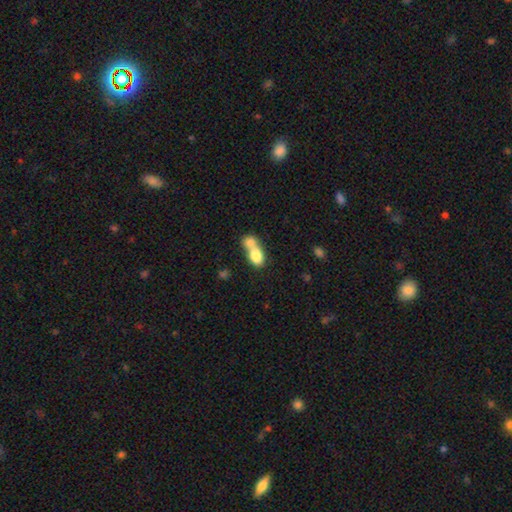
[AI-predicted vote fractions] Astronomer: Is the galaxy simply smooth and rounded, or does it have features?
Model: smooth — 77%.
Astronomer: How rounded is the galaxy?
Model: in between — 73%.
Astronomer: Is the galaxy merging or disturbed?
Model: merger — 73%.